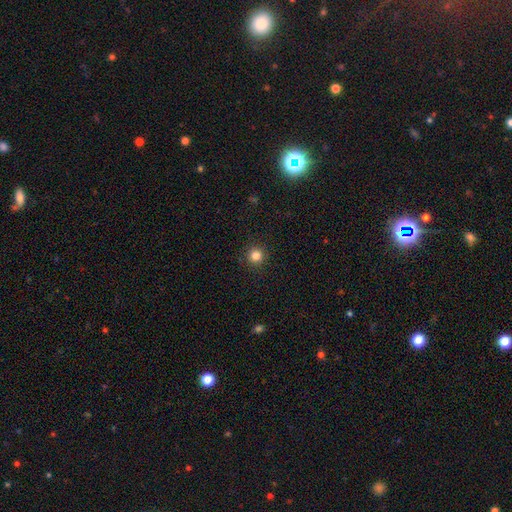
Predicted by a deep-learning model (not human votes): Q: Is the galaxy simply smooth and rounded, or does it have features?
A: smooth — 84%.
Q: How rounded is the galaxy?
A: round — 95%.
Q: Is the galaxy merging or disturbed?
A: none — 92%.